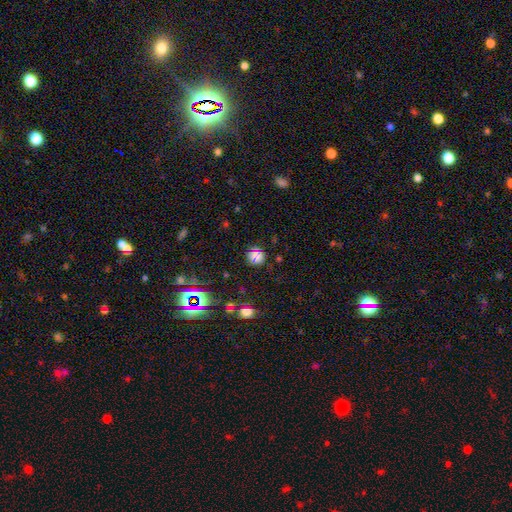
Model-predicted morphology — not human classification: A smooth galaxy with no disk features (55%) that is round (83%). Merging: none (81%).